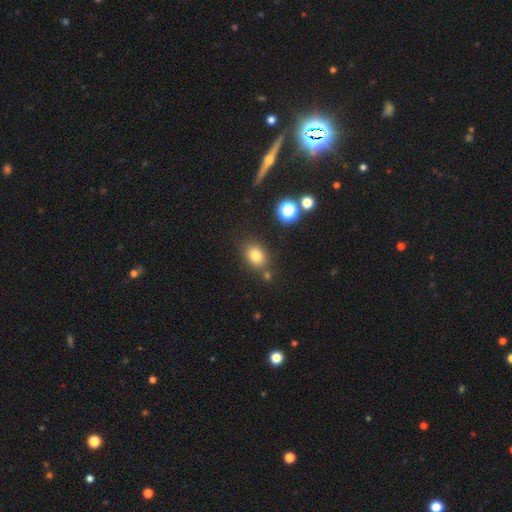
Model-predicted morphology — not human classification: Smooth or featured: smooth — 80% (star or artifact — 13%)
How rounded: in between — 58% (round — 41%)
Merging: none — 76% (minor disturbance — 12%)